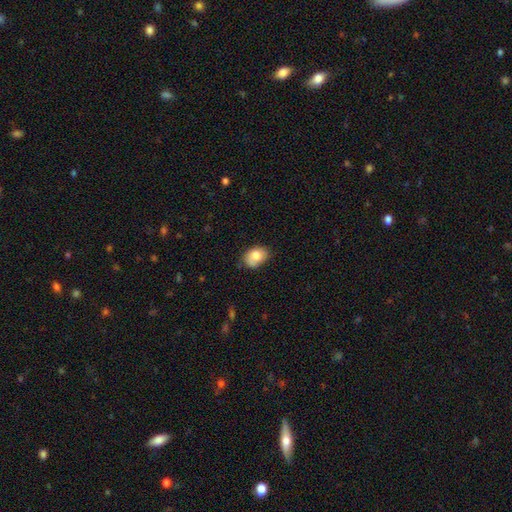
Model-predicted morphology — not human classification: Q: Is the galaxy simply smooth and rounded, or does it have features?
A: smooth — 80%.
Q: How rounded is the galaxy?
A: in between — 78%.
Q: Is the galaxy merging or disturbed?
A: none — 64%.